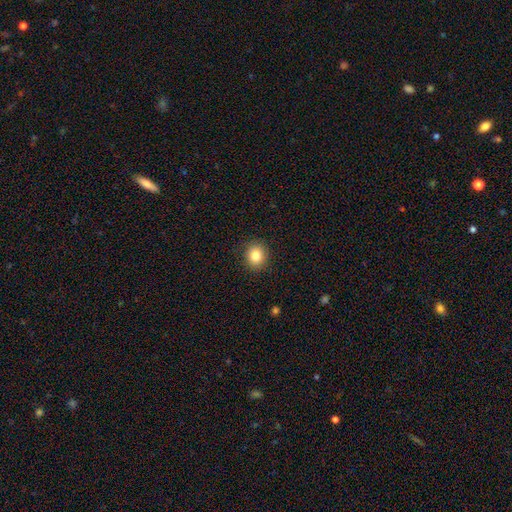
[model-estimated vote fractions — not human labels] Smooth or featured?
  - smooth: 83% *
  - star or artifact: 10%
  - featured or disk: 7%
How rounded?
  - round: 80% *
  - in between: 19%
  - cigar-shaped: 1%
Merging?
  - none: 90% *
  - minor disturbance: 7%
  - major disturbance: 2%
  - merger: 1%